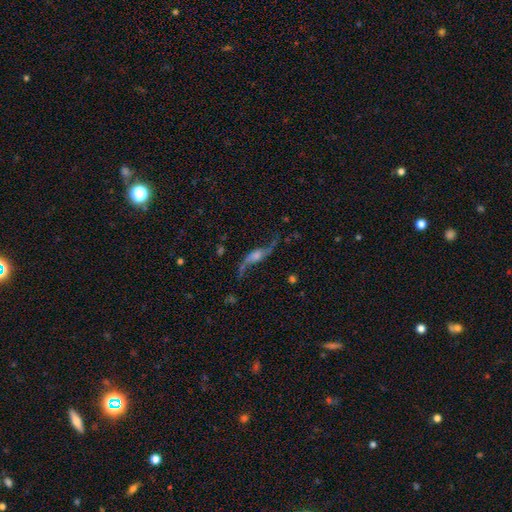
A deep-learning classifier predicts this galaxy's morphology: A featured or disk galaxy (82%) with no bar (54%), 2 (93%) loose (93%) spiral arms (94%) and a small central bulge (34%, tied with moderate).

Vote fractions:
- Smooth or featured? featured or disk: 82% / smooth: 10% / star or artifact: 8%
- Edge-on disk? no: 83% / yes: 17%
- Bar? no: 54% / weak: 32% / strong: 14%
- Spiral arms? yes: 94% / no: 6%
- Spiral winding? loose: 93% / medium: 5% / tight: 2%
- Spiral arm count? 2: 93% / 1: 3% / can't tell: 2% / 3: 1% / 4: 1% / more than 4: 1%
- Bulge size? small: 34% (tied) / moderate: 34% (tied) / none: 17% / large: 11% / dominant: 4%
- Merging? none: 68% / minor disturbance: 16% / major disturbance: 12% / merger: 4%